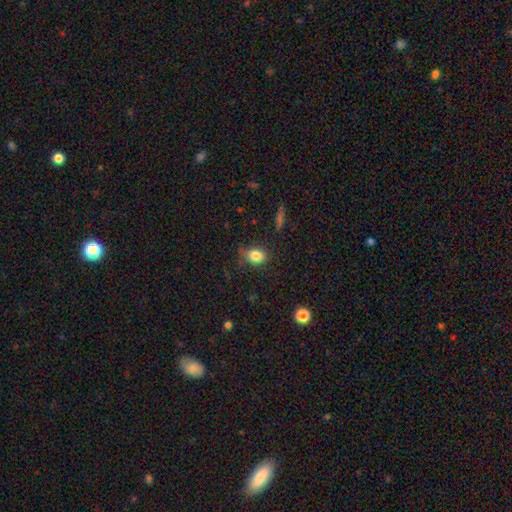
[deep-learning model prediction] Smooth or featured? Predicted: smooth (p=0.83). How rounded? Predicted: in between (p=0.61). Merging? Predicted: none (p=0.74).